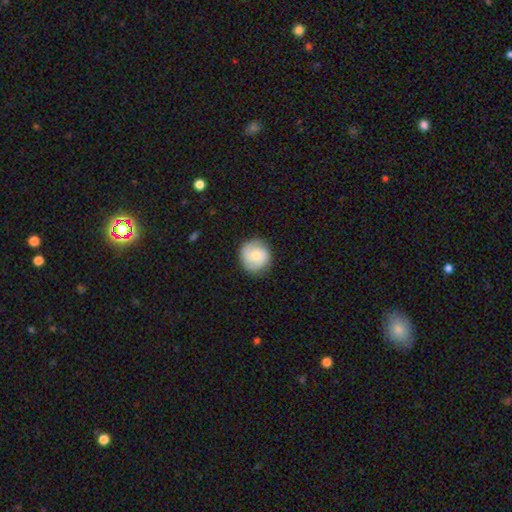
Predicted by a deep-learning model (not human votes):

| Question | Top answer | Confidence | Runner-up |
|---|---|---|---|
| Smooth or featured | featured or disk | 48% | smooth (45%) |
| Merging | none | 86% | minor disturbance (10%) |